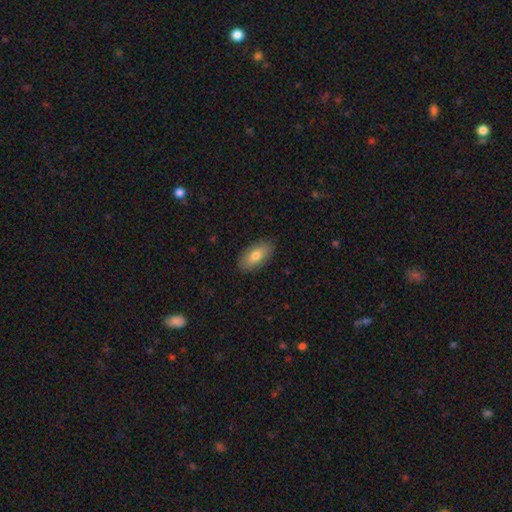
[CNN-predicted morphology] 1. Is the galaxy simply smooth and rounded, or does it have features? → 77% smooth, 17% featured or disk, 6% star or artifact.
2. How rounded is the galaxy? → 92% in between, 5% cigar-shaped, 4% round.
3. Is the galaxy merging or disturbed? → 86% none, 11% minor disturbance, 2% major disturbance, 1% merger.